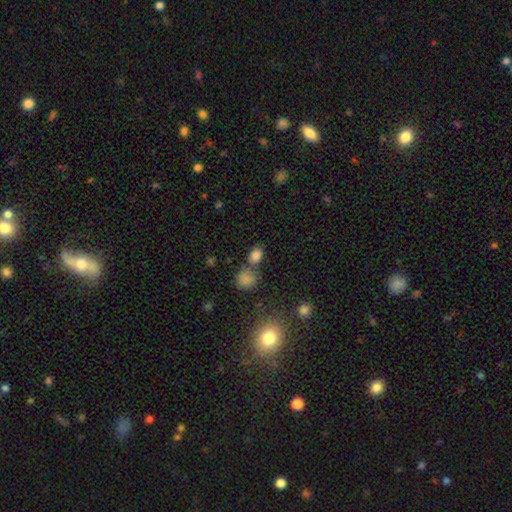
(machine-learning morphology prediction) Q: Smooth or featured?
A: smooth (79%); runner-up: star or artifact (16%)
Q: How rounded?
A: in between (63%); runner-up: round (35%)
Q: Merging?
A: none (54%); runner-up: merger (30%)